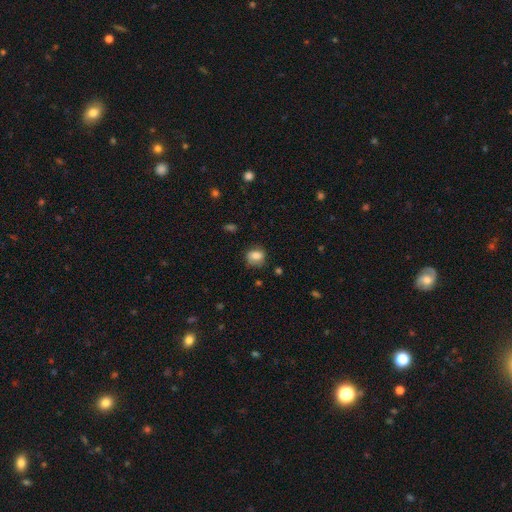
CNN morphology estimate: smooth_or_featured: smooth (p=0.79) [alt: featured or disk p=0.12]
how_rounded: in between (p=0.52) [alt: round p=0.47]
merging: none (p=0.68) [alt: minor disturbance p=0.22]